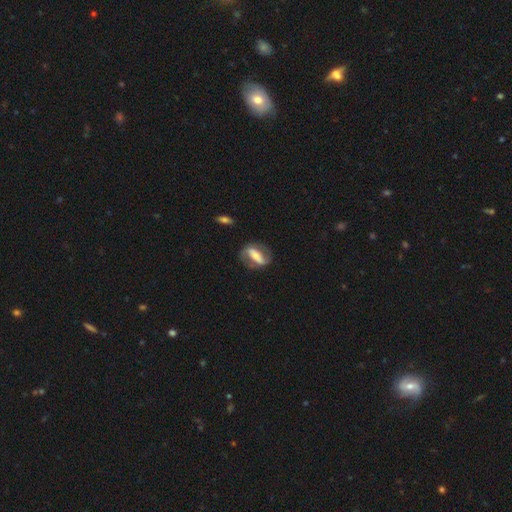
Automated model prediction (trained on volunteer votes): A featured or disk galaxy (72%) with a strong bar (66%), 2 (85%) medium (43%) spiral arms (79%) and a moderate central bulge (43%).

Vote fractions:
- Smooth or featured? featured or disk: 72% / smooth: 22% / star or artifact: 6%
- Edge-on disk? no: 90% / yes: 10%
- Bar? strong: 66% / weak: 21% / no: 13%
- Spiral arms? yes: 79% / no: 21%
- Spiral winding? medium: 43% / tight: 30% / loose: 27%
- Spiral arm count? 2: 85% / can't tell: 7% / 1: 5% / 3: 1% / 4: 1% / more than 4: 1%
- Bulge size? moderate: 43% / small: 35% / large: 13% / none: 6% / dominant: 3%
- Merging? none: 73% / minor disturbance: 16% / major disturbance: 9% / merger: 2%